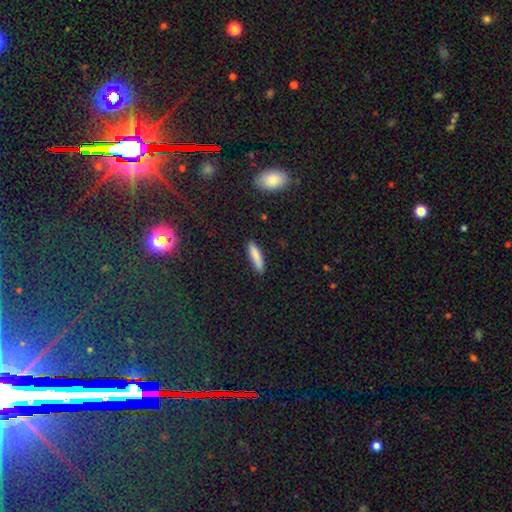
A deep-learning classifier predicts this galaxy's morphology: type=smooth (86%); roundness=cigar-shaped (75%); merging=none (87%).